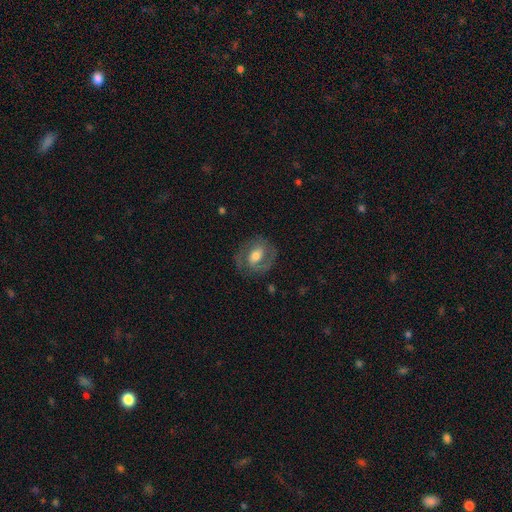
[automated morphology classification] The model was most divided on "bar": weak: 41%, no: 32%, strong: 27%. More confident: edge-on disk — no (96%); spiral arms — yes (77%); merging — none (75%); smooth or featured — featured or disk (66%); bulge size — moderate (63%).